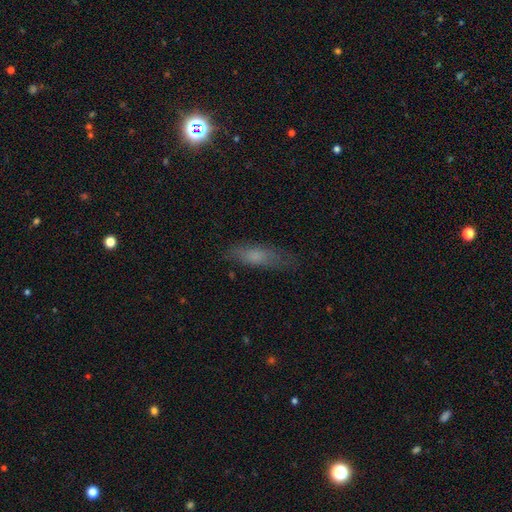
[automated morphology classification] Q: Smooth or featured?
A: smooth (69%); runner-up: featured or disk (22%)
Q: How rounded?
A: cigar-shaped (53%); runner-up: in between (44%)
Q: Merging?
A: none (73%); runner-up: minor disturbance (19%)